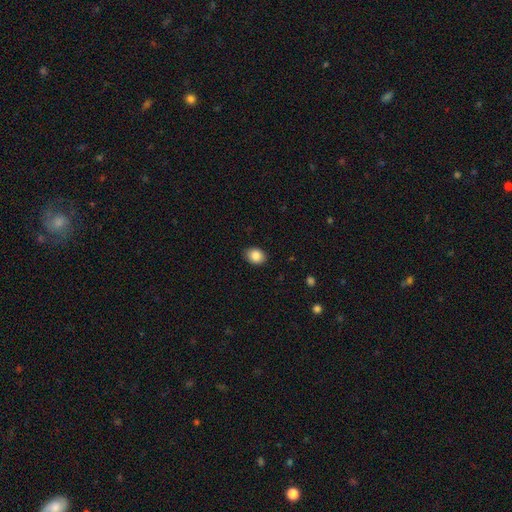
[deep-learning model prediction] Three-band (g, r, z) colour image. It shows a smooth galaxy with no disk features (87%) that is in between round and cigar-shaped (59%). Merging: none (87%).